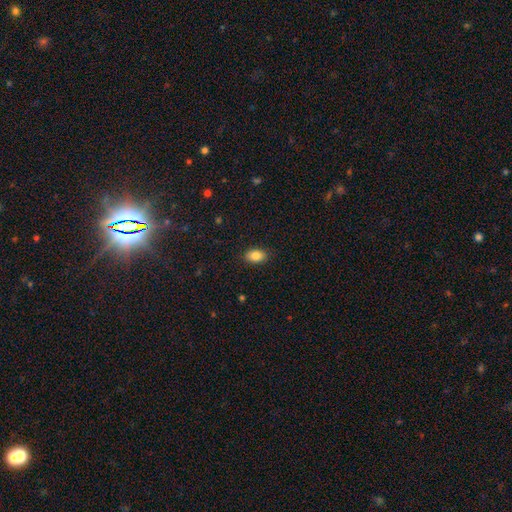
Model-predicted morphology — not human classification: A smooth galaxy with no disk features (85%) that is in between round and cigar-shaped (88%). Merging: none (88%).